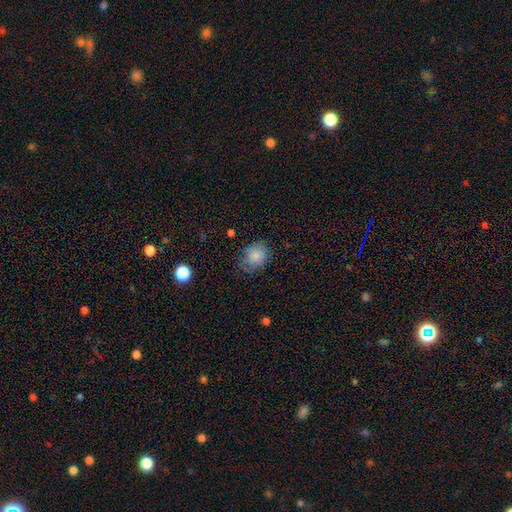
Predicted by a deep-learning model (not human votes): This is clearly a smooth galaxy (82%). How rounded: possibly round (52%). Merging: likely none (69%).